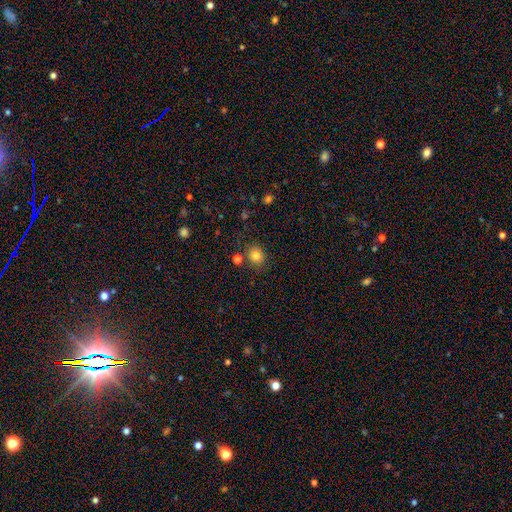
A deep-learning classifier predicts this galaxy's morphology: smooth 81%, star or artifact 12%, featured or disk 6%. Down the decision tree: how rounded — round (77%); merging — none (80%).